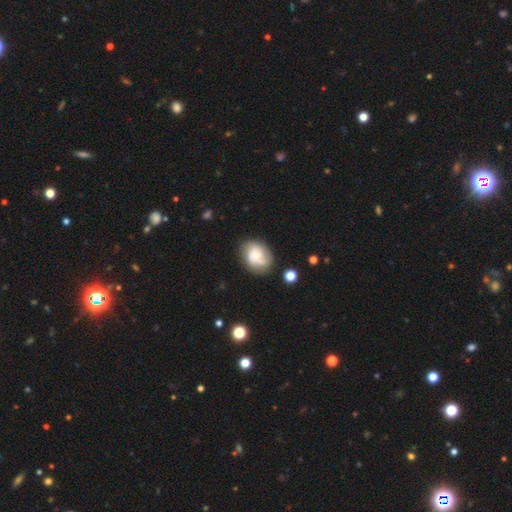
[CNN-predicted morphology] Smooth or featured?
  - featured or disk: 48% *
  - smooth: 44%
  - star or artifact: 8%
Merging?
  - none: 63% *
  - minor disturbance: 22%
  - major disturbance: 9%
  - merger: 7%